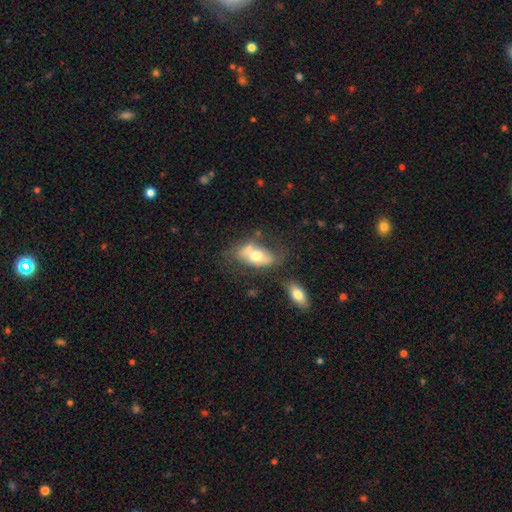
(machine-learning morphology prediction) Q: Smooth or featured?
A: smooth (56%); runner-up: featured or disk (37%)
Q: How rounded?
A: in between (89%); runner-up: round (6%)
Q: Merging?
A: none (51%); runner-up: minor disturbance (23%)